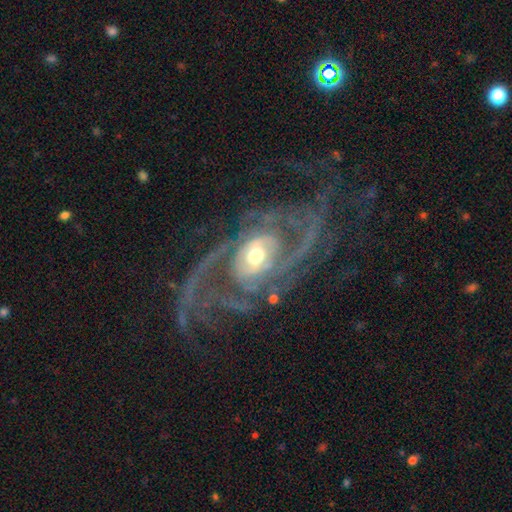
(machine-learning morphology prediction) smooth-or-featured: featured or disk: 90% | star or artifact: 5% | smooth: 5%
  disk-edge-on: no: 96% | yes: 4%
    bar: no: 54% | weak: 31% | strong: 16%
    has-spiral-arms: yes: 94% | no: 6%
      spiral-winding: medium: 42% | tight: 32% | loose: 27%
      spiral-arm-count: 2: 42% | can't tell: 18% | 3: 16% | 4: 9% | 1: 8% | more than 4: 7%
    bulge-size: moderate: 63% | small: 26% | large: 8% | dominant: 1% | none: 1%
  merging: none: 55% | major disturbance: 26% | minor disturbance: 16% | merger: 3%